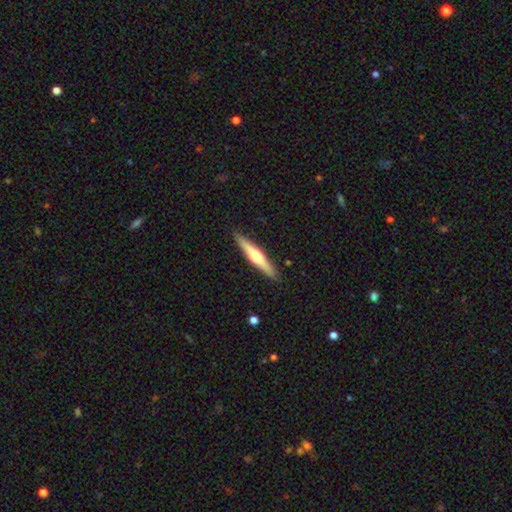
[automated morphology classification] The model was most divided on "smooth or featured": featured or disk: 55%, smooth: 40%, star or artifact: 5%. More confident: edge-on disk — yes (96%); merging — none (90%); edge-on bulge — rounded (85%).